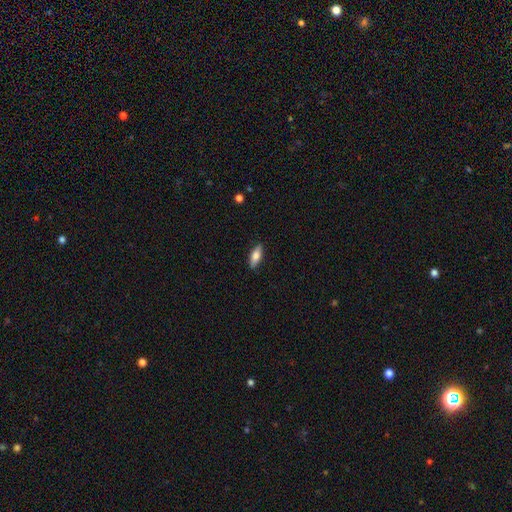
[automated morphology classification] Smooth or featured? smooth (66%)
How rounded? in between (62%)
Merging? none (86%)